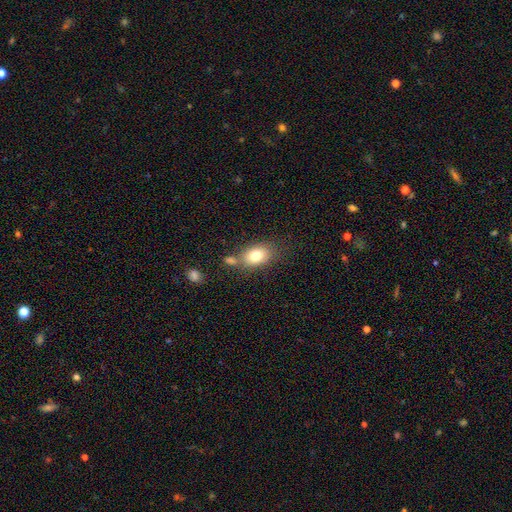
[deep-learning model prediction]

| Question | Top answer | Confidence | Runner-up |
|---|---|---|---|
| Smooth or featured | smooth | 78% | featured or disk (13%) |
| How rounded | in between | 77% | round (21%) |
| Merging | none | 61% | merger (19%) |